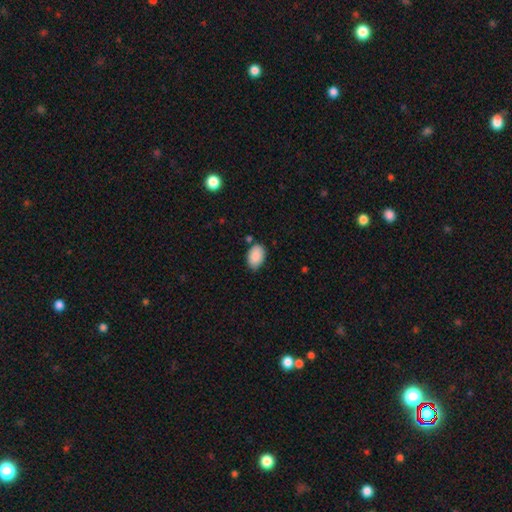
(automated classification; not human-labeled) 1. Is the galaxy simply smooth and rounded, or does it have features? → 90% smooth, 7% star or artifact, 4% featured or disk.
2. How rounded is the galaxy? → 90% in between, 9% round, 1% cigar-shaped.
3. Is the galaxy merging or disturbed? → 74% none, 19% minor disturbance, 4% merger, 3% major disturbance.